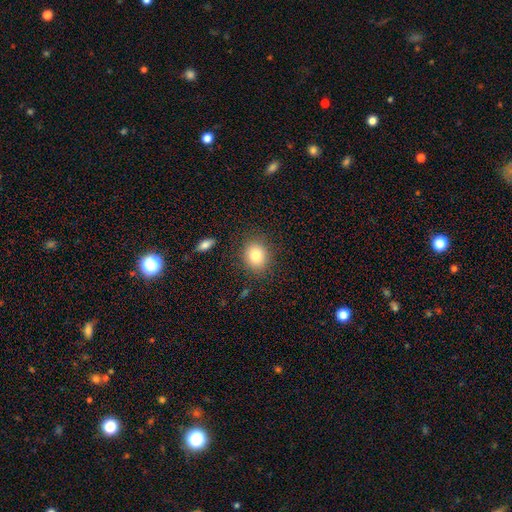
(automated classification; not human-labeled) This appears to be a smooth galaxy with no disk features (81%) that is round (64%). Merging: none (85%).